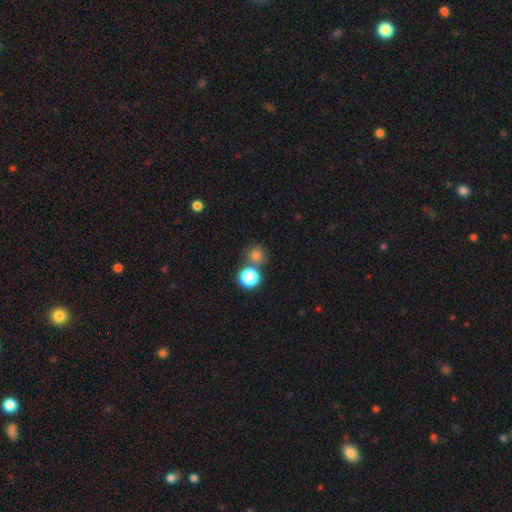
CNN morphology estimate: type=smooth (77%); roundness=round (89%); merging=none (64%).